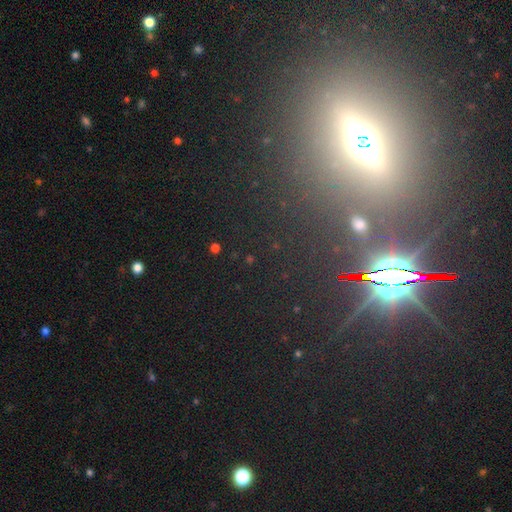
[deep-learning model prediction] This appears to be a star or artifact, not a galaxy (67%).